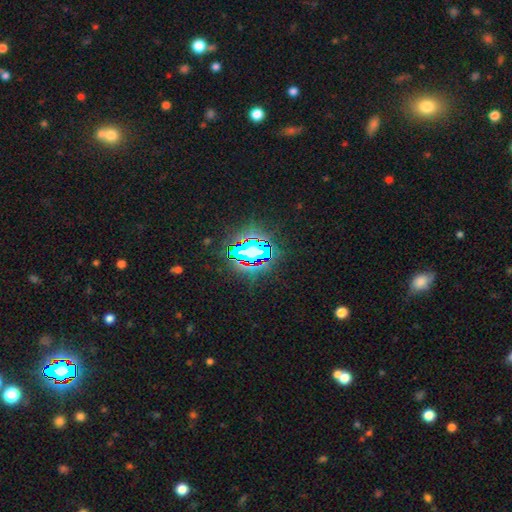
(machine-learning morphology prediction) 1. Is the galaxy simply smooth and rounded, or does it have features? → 73% star or artifact, 15% smooth, 11% featured or disk.